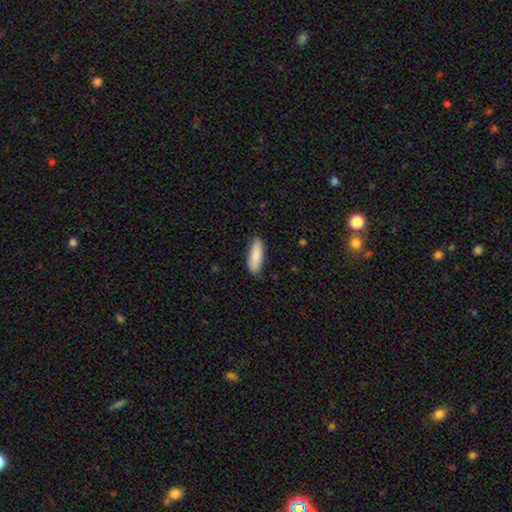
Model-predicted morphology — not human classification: Smooth or featured? Predicted: smooth (p=0.81). How rounded? Predicted: in between (p=0.60). Merging? Predicted: none (p=0.87).